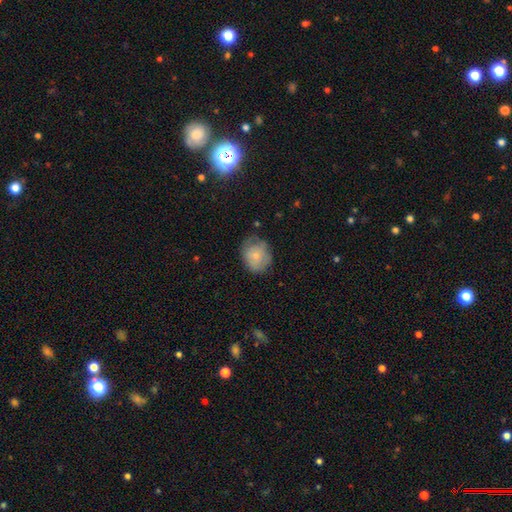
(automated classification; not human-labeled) Overall: smooth (71%). How rounded: round (58%; in between 41%). Merging: none (58%; minor disturbance 30%).